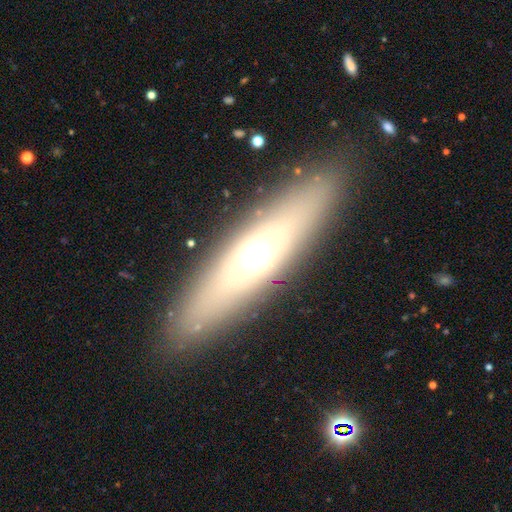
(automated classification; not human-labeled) A featured or disk galaxy (48%). Merging: none (87%).